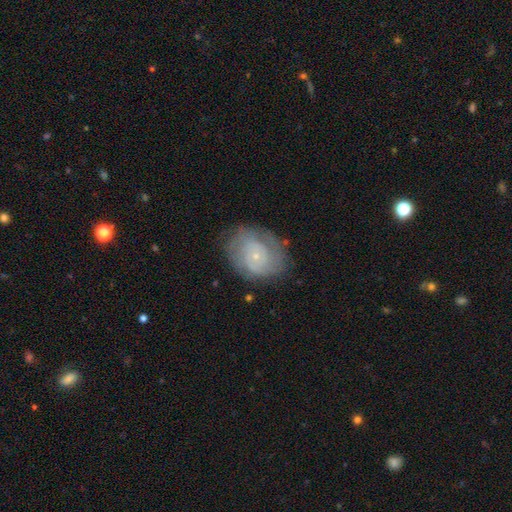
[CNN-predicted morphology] Smooth or featured: featured or disk — 72% (smooth — 21%)
Edge-on disk: no — 97% (yes — 3%)
Bar: no — 78% (weak — 19%)
Spiral arms: yes — 87% (no — 13%)
Spiral winding: tight — 59% (medium — 31%)
Spiral arm count: 2 — 37% (tied with can't tell — 37%)
Bulge size: small — 83% (moderate — 12%)
Merging: none — 72% (minor disturbance — 18%)